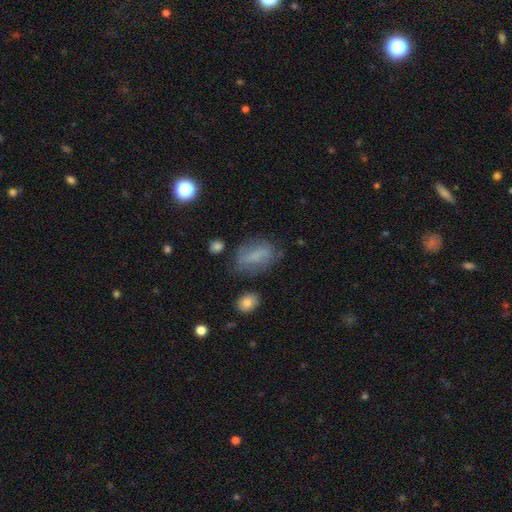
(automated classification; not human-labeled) Q: Smooth or featured?
A: smooth (61%); runner-up: featured or disk (26%)
Q: How rounded?
A: in between (80%); runner-up: round (12%)
Q: Merging?
A: none (59%); runner-up: minor disturbance (24%)